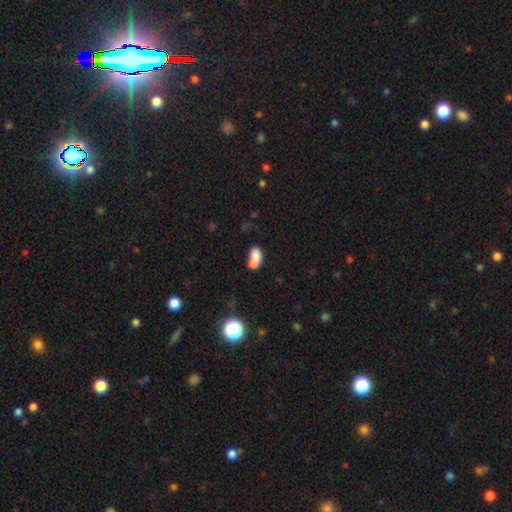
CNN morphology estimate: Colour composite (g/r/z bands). It shows a smooth galaxy with no disk features (73%) that is in between round and cigar-shaped (80%). Merging: merger (62%).